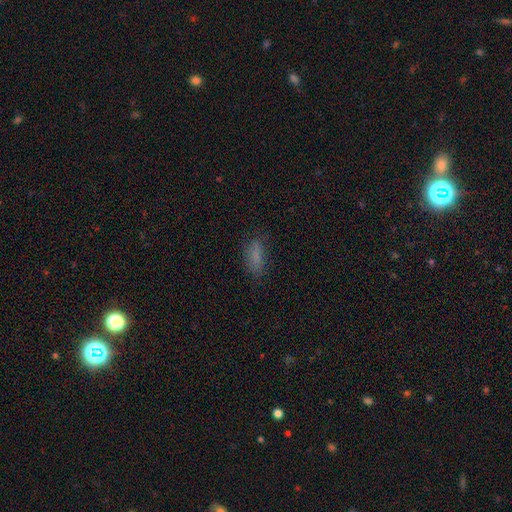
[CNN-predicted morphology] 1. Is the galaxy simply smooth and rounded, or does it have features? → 76% smooth, 14% star or artifact, 10% featured or disk.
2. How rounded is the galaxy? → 72% in between, 24% cigar-shaped, 4% round.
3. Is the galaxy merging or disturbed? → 70% none, 20% minor disturbance, 8% major disturbance, 2% merger.